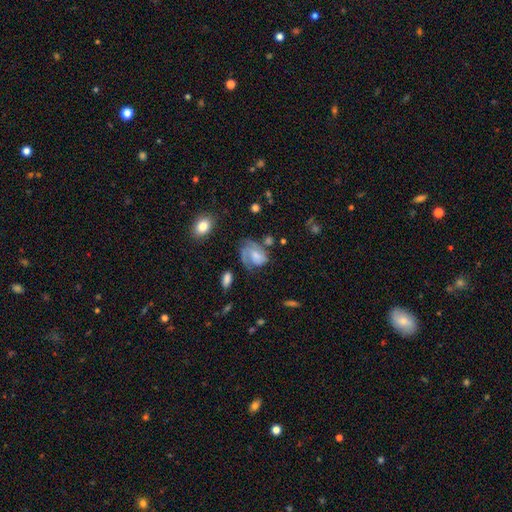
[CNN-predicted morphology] Smooth or featured? featured or disk (67%)
Edge-on disk? no (97%)
Bar? no (55%)
Spiral arms? yes (89%)
Spiral winding? tight (41%, tied with medium)
Spiral arm count? 2 (38%)
Bulge size? small (39%)
Merging? none (45%)